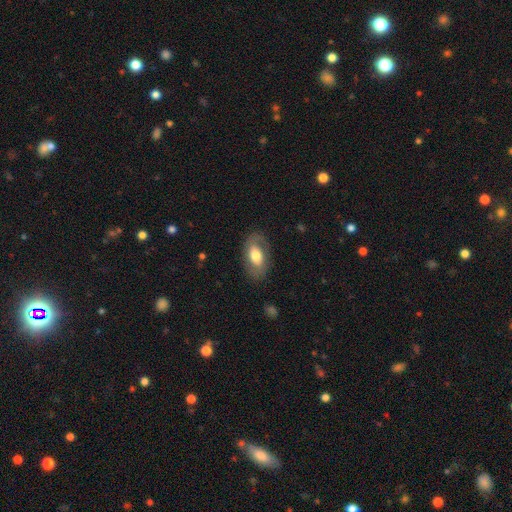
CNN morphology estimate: Q: Smooth or featured?
A: smooth (53%); runner-up: featured or disk (41%)
Q: How rounded?
A: in between (90%); runner-up: round (8%)
Q: Merging?
A: none (77%); runner-up: minor disturbance (15%)